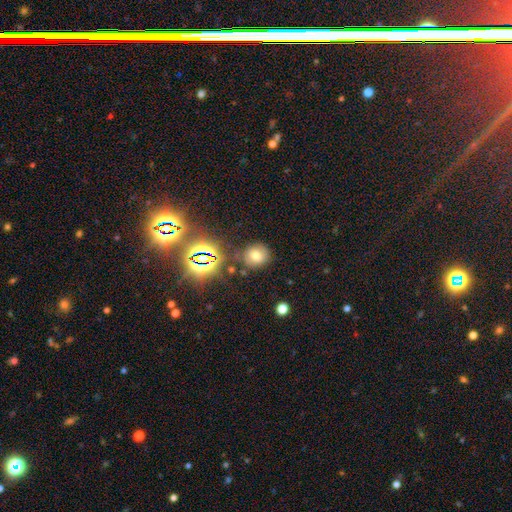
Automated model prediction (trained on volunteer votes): smooth_or_featured: smooth (p=0.65) [alt: star or artifact p=0.22]
how_rounded: round (p=0.79) [alt: in between p=0.20]
merging: none (p=0.79) [alt: minor disturbance p=0.12]